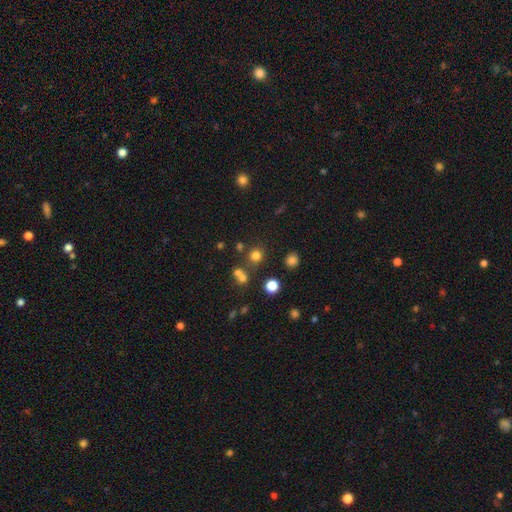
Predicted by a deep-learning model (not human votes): Smooth or featured: smooth — 72% (star or artifact — 21%)
How rounded: round — 89% (in between — 10%)
Merging: none — 71% (merger — 17%)